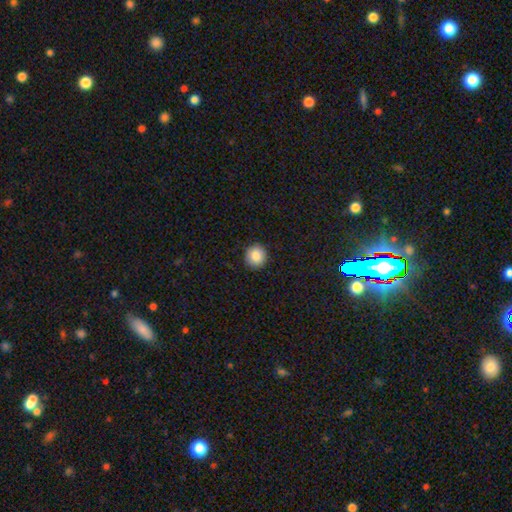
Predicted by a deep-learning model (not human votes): Smooth or featured? smooth (87%)
How rounded? round (91%)
Merging? none (92%)